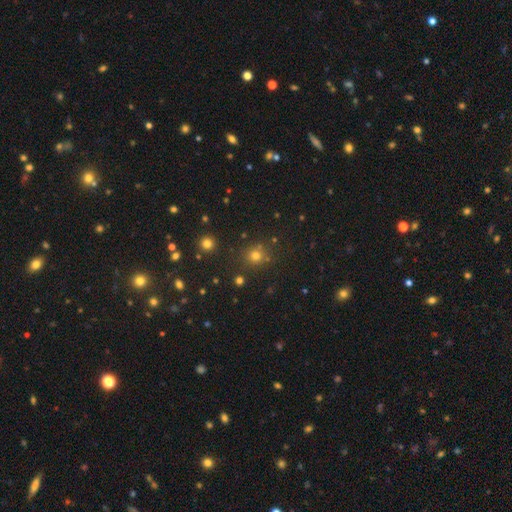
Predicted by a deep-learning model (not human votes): This appears to be a smooth galaxy with no disk features (68%) that is round (89%). Merging: none (81%).